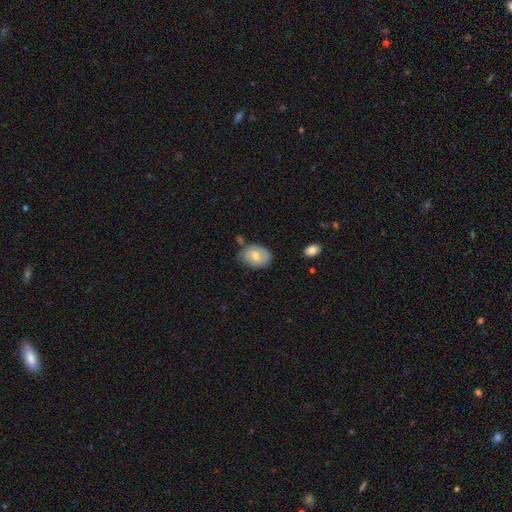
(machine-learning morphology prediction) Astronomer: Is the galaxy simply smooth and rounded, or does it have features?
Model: smooth — 62%.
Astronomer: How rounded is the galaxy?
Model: in between — 74%.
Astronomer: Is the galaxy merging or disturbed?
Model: none — 67%.